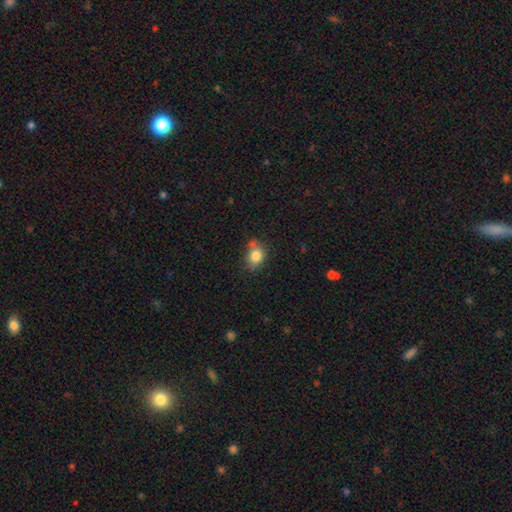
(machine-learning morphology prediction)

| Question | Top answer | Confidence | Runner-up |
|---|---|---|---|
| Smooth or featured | smooth | 82% | star or artifact (10%) |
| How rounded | in between | 50% | round (49%) |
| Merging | none | 56% | minor disturbance (24%) |